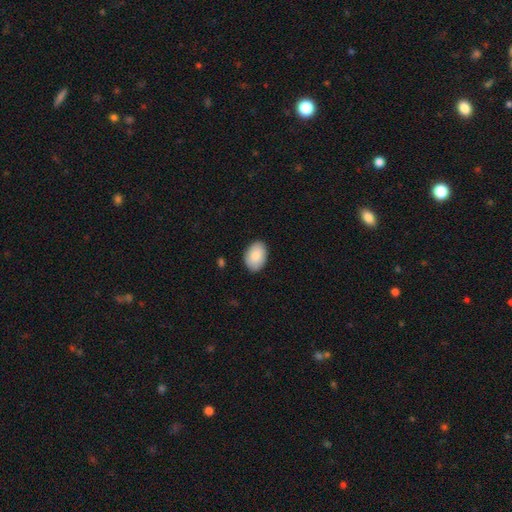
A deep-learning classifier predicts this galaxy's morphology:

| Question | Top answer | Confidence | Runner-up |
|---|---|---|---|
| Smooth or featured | smooth | 85% | featured or disk (9%) |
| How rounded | in between | 86% | round (13%) |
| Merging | none | 87% | minor disturbance (10%) |